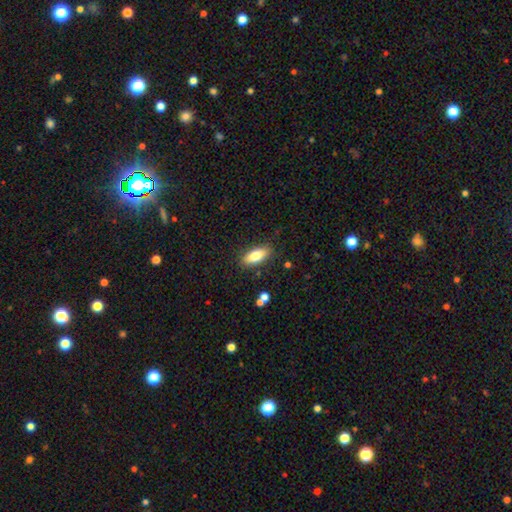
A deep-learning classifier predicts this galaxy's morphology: Smooth or featured?
  - smooth: 77% *
  - featured or disk: 16%
  - star or artifact: 7%
How rounded?
  - in between: 77% *
  - cigar-shaped: 20%
  - round: 3%
Merging?
  - none: 85% *
  - minor disturbance: 10%
  - major disturbance: 2%
  - merger: 2%